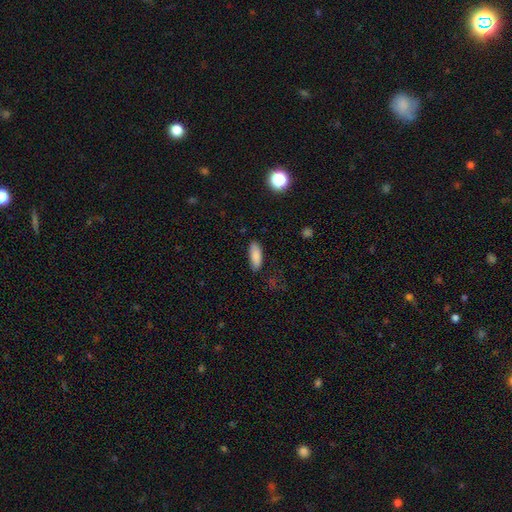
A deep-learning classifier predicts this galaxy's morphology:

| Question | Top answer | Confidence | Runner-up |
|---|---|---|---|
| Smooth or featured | smooth | 87% | star or artifact (7%) |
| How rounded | in between | 70% | cigar-shaped (29%) |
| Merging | none | 85% | minor disturbance (12%) |